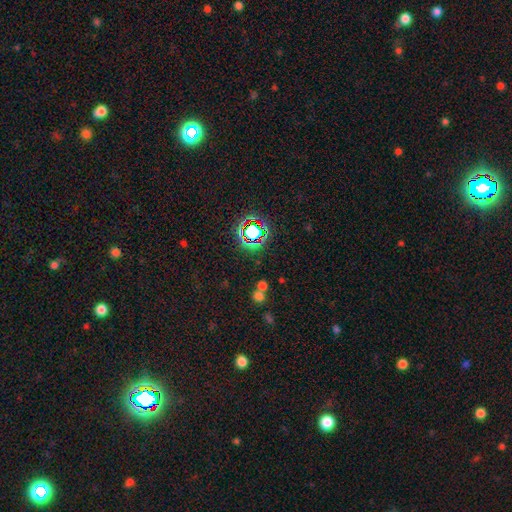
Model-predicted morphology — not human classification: A star or artifact, not a galaxy (75%).

Vote fractions:
- Smooth or featured? star or artifact: 75% / smooth: 16% / featured or disk: 9%